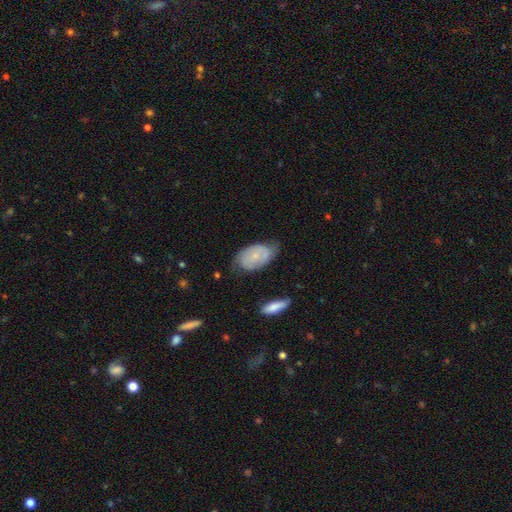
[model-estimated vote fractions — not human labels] This appears to be a featured or disk galaxy (48%). Merging: none (54%).